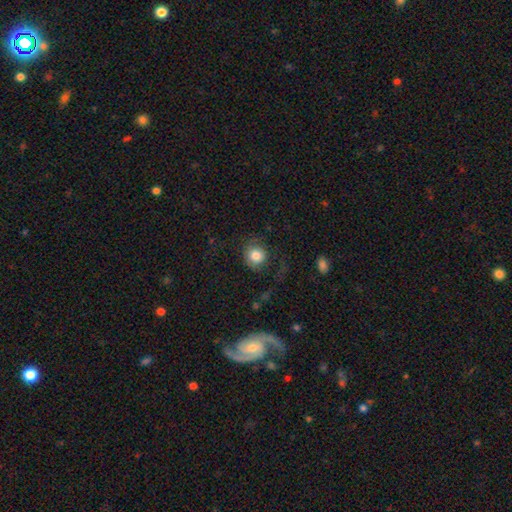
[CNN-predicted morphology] Smooth or featured? smooth (79%)
How rounded? round (88%)
Merging? none (65%)